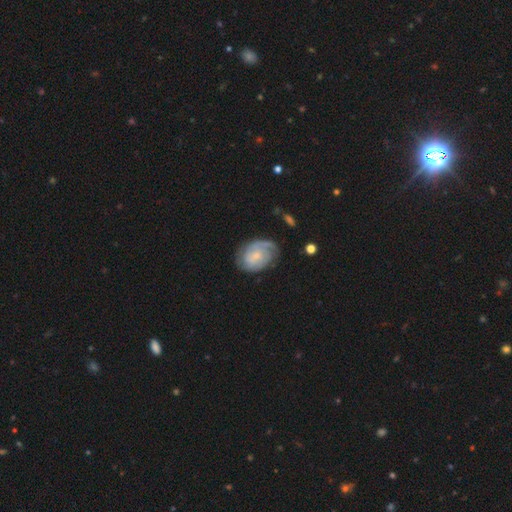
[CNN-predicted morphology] A featured or disk galaxy (73%) with no bar (62%), 2 (43%) tight (56%) spiral arms (92%) and a small central bulge (70%). Merging: none (65%).